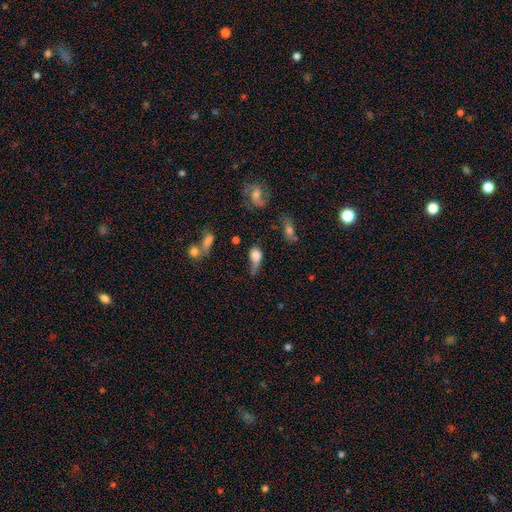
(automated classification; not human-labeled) Morphology: type=smooth (68%); roundness=in between (60%); merging=major disturbance (36%).